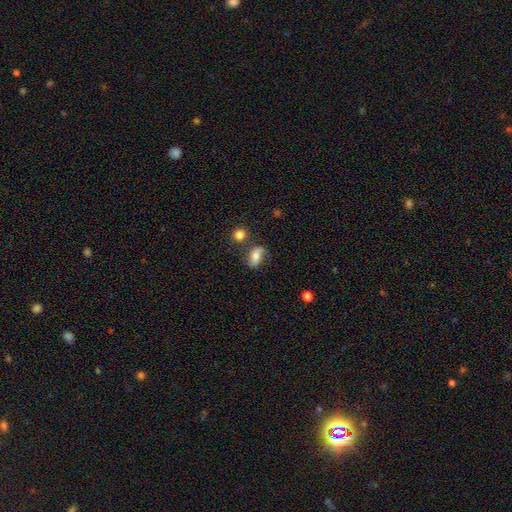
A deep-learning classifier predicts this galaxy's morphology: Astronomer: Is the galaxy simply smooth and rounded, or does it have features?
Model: featured or disk — 47% (runner-up: smooth, 43%).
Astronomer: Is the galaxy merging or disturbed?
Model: none — 61%.